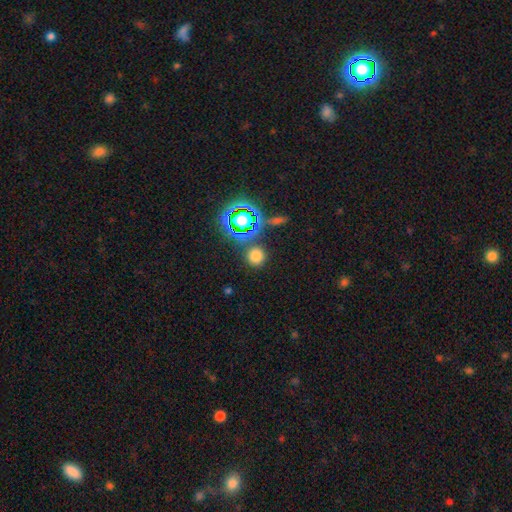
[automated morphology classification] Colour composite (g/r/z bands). It shows a smooth galaxy with no disk features (70%) that is round (92%). Merging: none (84%).